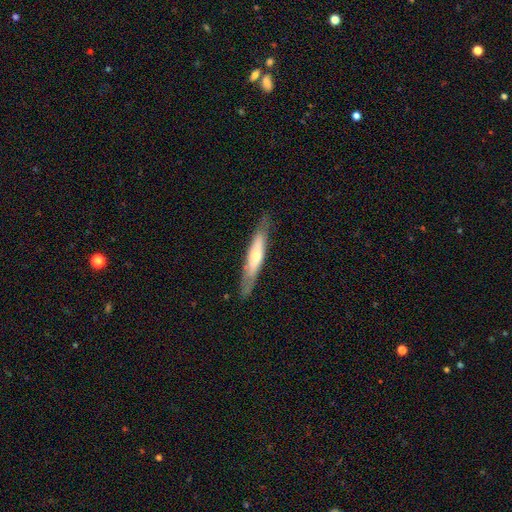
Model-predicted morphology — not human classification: Smooth or featured?
  - smooth: 48% *
  - featured or disk: 46%
  - star or artifact: 5%
Merging?
  - none: 80% *
  - minor disturbance: 15%
  - major disturbance: 4%
  - merger: 1%